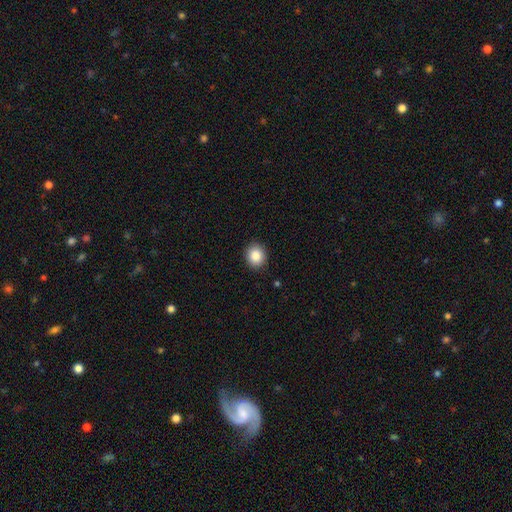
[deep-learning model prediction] A smooth galaxy with no disk features (87%) that is round (76%). Merging: none (90%).